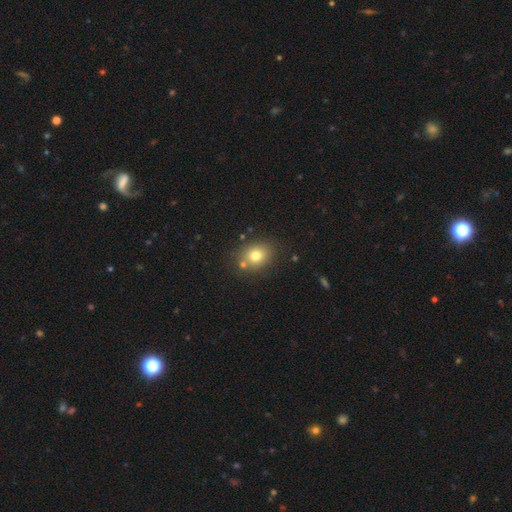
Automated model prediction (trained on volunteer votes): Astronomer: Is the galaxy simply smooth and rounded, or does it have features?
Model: smooth — 76%.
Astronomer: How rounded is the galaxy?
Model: round — 57% (runner-up: in between, 42%).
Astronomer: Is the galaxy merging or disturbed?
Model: none — 75%.